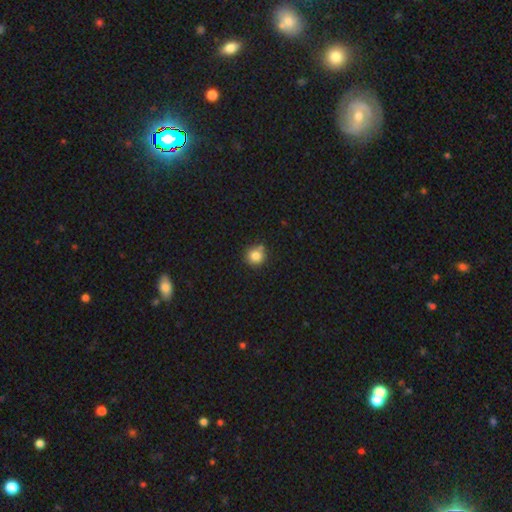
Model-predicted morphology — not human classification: A smooth galaxy with no disk features (82%) that is round (93%).

Vote fractions:
- Smooth or featured? smooth: 82% / star or artifact: 11% / featured or disk: 6%
- How rounded? round: 93% / in between: 6% / cigar-shaped: 1%
- Merging? none: 75% / merger: 12% / minor disturbance: 11% / major disturbance: 3%